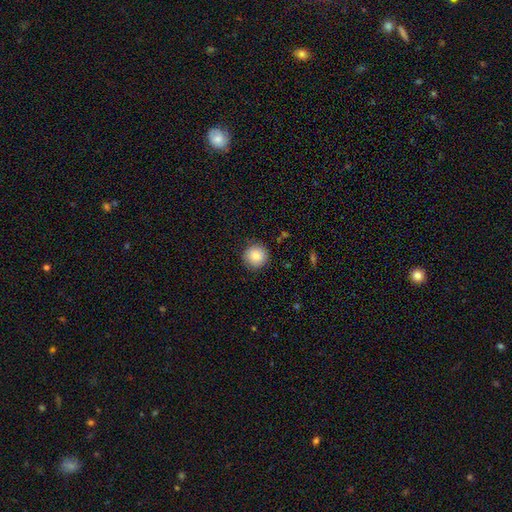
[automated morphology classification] Smooth or featured: smooth — 85% (star or artifact — 8%)
How rounded: round — 95% (in between — 4%)
Merging: none — 90% (minor disturbance — 7%)